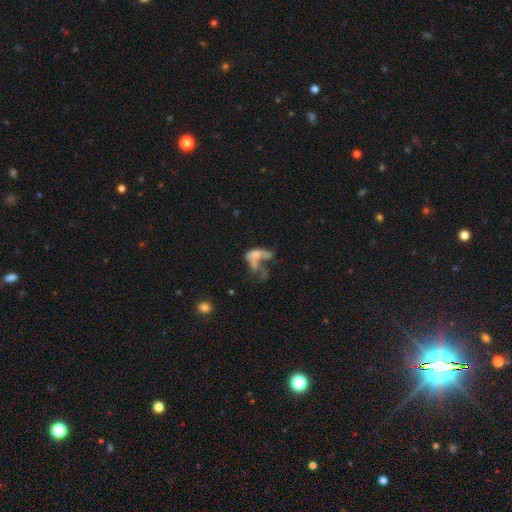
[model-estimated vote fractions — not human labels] Q: Smooth or featured?
A: featured or disk (45%); runner-up: smooth (39%)
Q: Merging?
A: merger (40%); runner-up: major disturbance (37%)